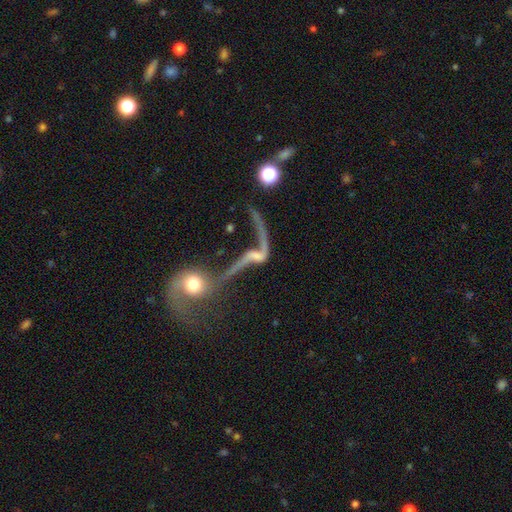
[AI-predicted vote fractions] This is likely a featured or disk galaxy (65%). It is clearly not viewed edge-on (83%). Bar: likely no (63%). Spiral arm pattern: likely yes (63%). Central bulge: marginally none (33%). Merging: marginally merger (40%).